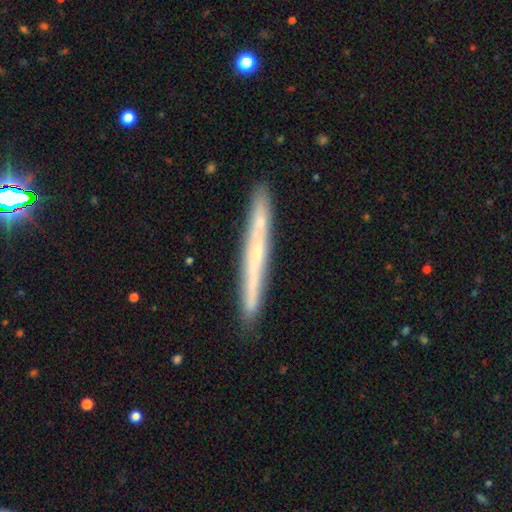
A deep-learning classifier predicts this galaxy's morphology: A featured or disk galaxy (58%) viewed edge-on (94%) with no central bulge (75%). Merging: none (89%).